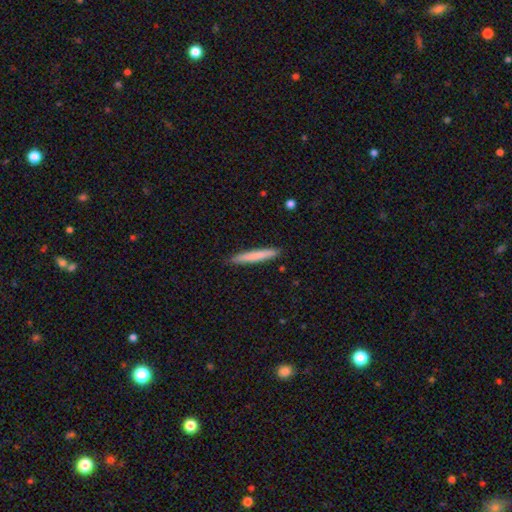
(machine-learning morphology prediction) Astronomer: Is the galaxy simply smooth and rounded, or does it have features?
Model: smooth — 76%.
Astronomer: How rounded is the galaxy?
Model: cigar-shaped — 96%.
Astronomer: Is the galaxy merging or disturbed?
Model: none — 90%.